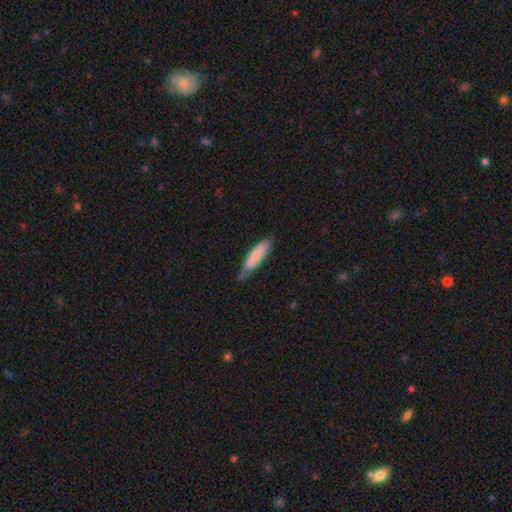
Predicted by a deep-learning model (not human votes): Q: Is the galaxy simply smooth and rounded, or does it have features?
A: smooth — 74%.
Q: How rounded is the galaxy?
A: cigar-shaped — 67%.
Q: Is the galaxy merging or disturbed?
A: none — 59%.